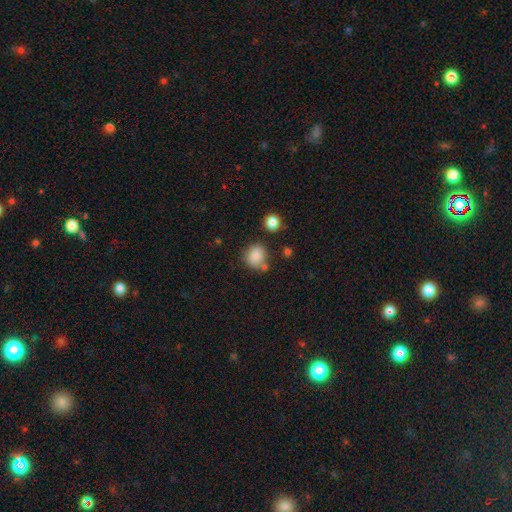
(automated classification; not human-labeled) Q: Smooth or featured?
A: smooth (84%); runner-up: star or artifact (10%)
Q: How rounded?
A: round (80%); runner-up: in between (19%)
Q: Merging?
A: none (69%); runner-up: minor disturbance (15%)